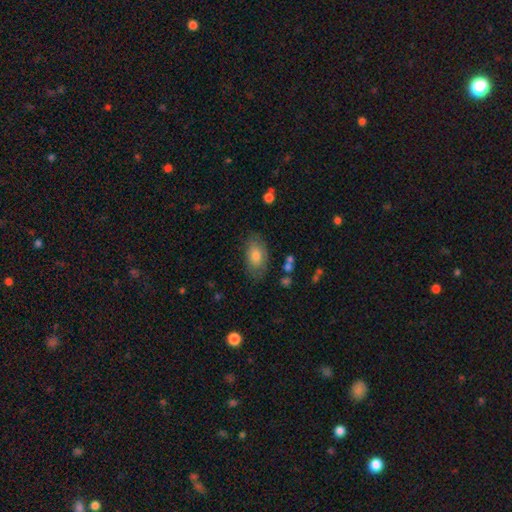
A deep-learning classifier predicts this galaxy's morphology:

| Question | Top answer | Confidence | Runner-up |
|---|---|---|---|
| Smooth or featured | smooth | 77% | featured or disk (16%) |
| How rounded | in between | 92% | round (6%) |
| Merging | none | 78% | minor disturbance (16%) |